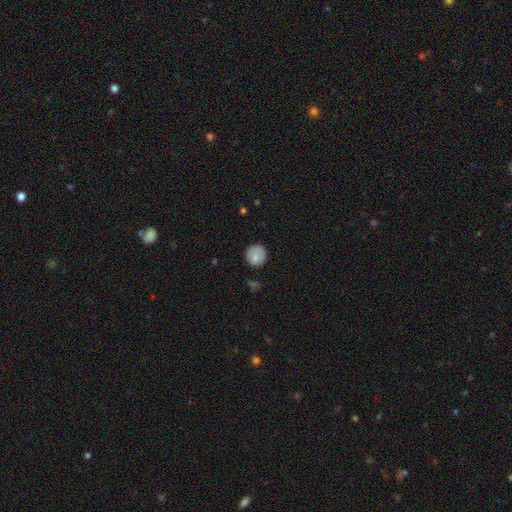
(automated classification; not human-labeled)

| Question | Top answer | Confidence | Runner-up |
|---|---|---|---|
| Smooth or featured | smooth | 78% | featured or disk (14%) |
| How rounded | round | 90% | in between (9%) |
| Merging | none | 78% | minor disturbance (16%) |